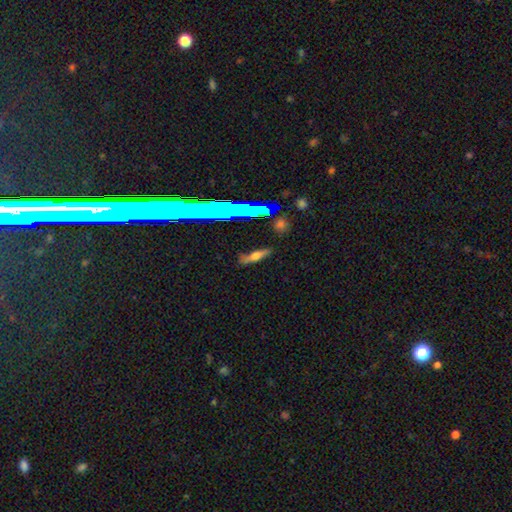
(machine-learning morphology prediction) The model was most divided on "smooth or featured": smooth: 46%, featured or disk: 42%, star or artifact: 12%. More confident: merging — none (75%).